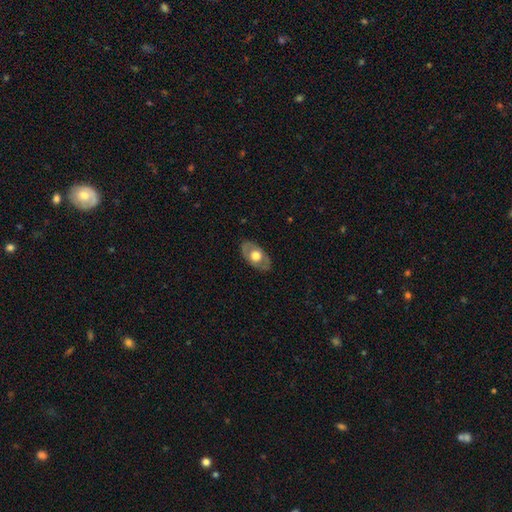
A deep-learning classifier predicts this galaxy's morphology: Smooth or featured? featured or disk (49%)
Merging? none (81%)